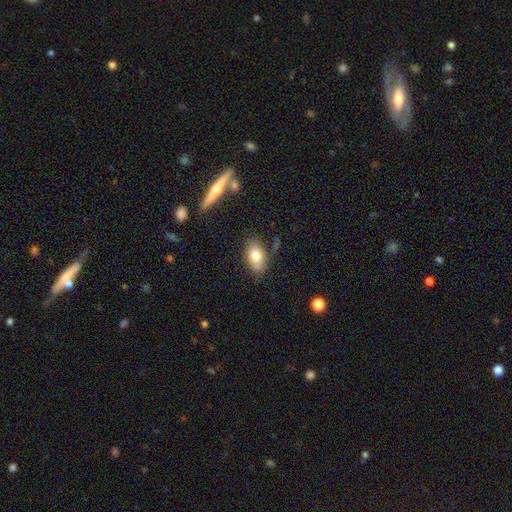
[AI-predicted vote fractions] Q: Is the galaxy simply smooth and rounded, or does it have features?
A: smooth — 75%.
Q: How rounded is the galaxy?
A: in between — 89%.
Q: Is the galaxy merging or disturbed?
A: none — 71%.